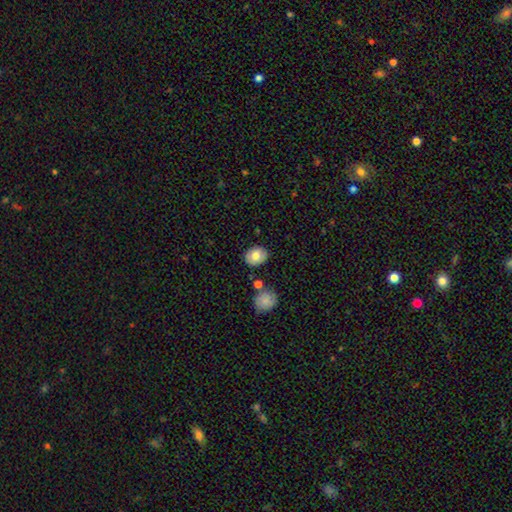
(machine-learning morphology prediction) This is likely a smooth galaxy (75%). How rounded: possibly round (52%). Merging: clearly none (83%).